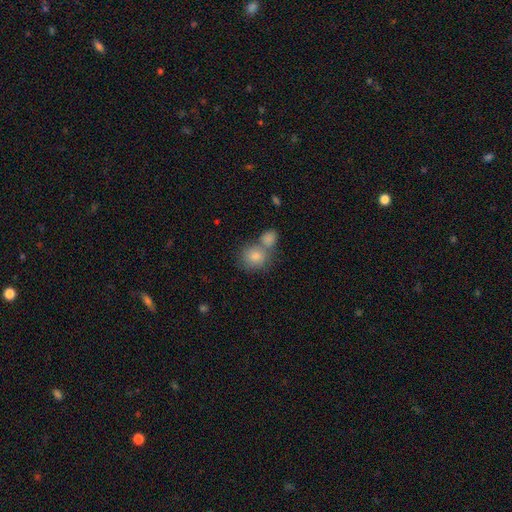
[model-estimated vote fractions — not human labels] A smooth galaxy with no disk features (79%) that is round (79%).

Vote fractions:
- Smooth or featured? smooth: 79% / star or artifact: 11% / featured or disk: 10%
- How rounded? round: 79% / in between: 20% / cigar-shaped: 1%
- Merging? merger: 45% / none: 42% / minor disturbance: 9% / major disturbance: 3%